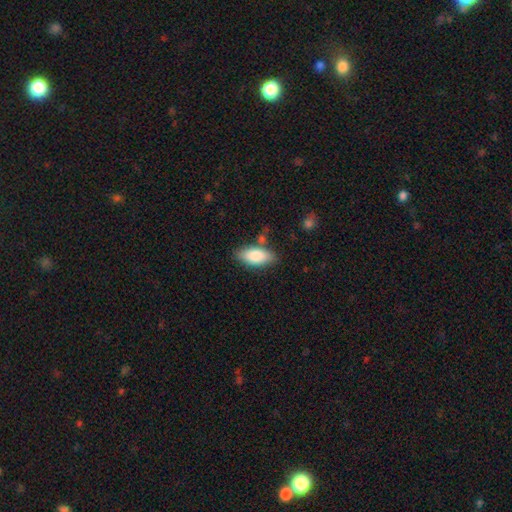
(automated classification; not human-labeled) smooth 84%, featured or disk 10%, star or artifact 6%. Down the decision tree: how rounded — in between (87%); merging — none (76%).